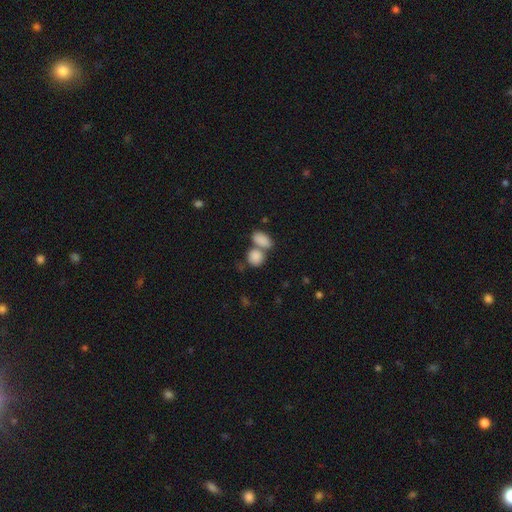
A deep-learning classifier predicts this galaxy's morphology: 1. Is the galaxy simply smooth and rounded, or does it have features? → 85% smooth, 7% star or artifact, 7% featured or disk.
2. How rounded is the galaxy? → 56% in between, 42% round, 2% cigar-shaped.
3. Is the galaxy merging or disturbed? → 52% merger, 36% none, 8% minor disturbance, 4% major disturbance.